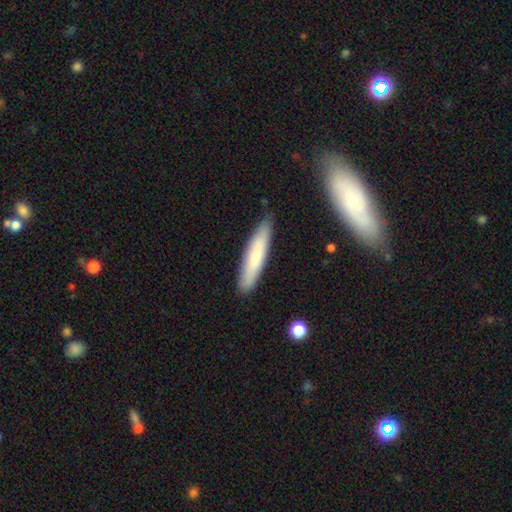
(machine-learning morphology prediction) A smooth galaxy with no disk features (74%) that is cigar-shaped (85%). Merging: none (86%).